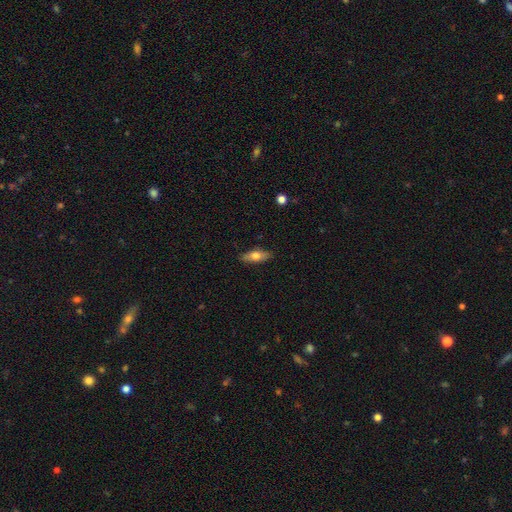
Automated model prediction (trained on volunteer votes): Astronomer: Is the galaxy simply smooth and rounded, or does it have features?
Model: smooth — 69%.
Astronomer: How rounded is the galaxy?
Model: in between — 67%.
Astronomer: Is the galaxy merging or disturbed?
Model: none — 86%.